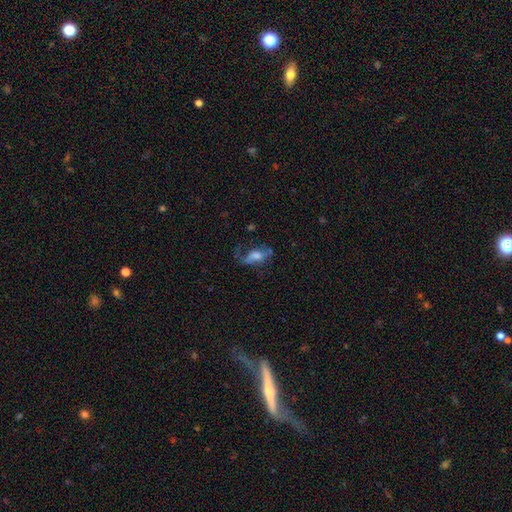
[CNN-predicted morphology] smooth-or-featured: featured or disk: 47% | smooth: 41% | star or artifact: 12%
  merging: none: 43% | major disturbance: 31% | minor disturbance: 23% | merger: 3%